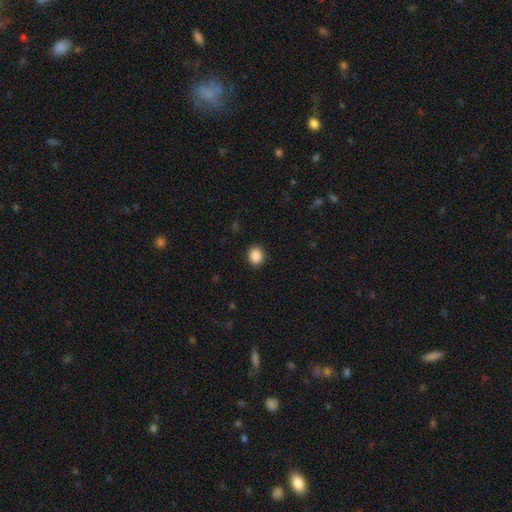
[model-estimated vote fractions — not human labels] This is clearly a smooth galaxy (89%). How rounded: possibly round (55%). Merging: clearly none (90%).